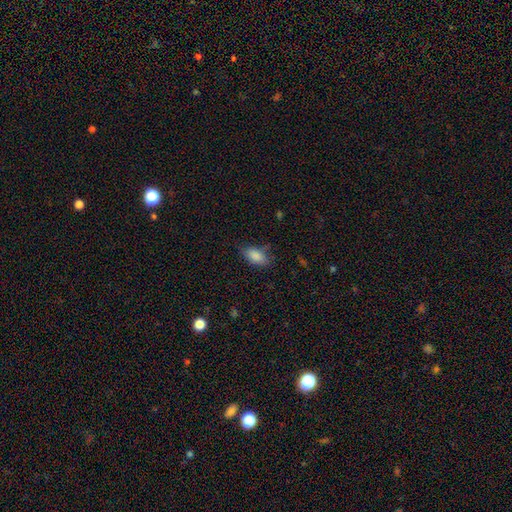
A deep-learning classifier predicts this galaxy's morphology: smooth 85%, star or artifact 8%, featured or disk 7%. Down the decision tree: how rounded — in between (90%); merging — none (66%).